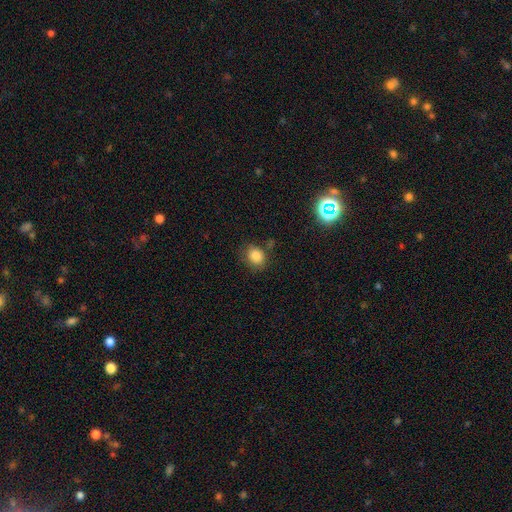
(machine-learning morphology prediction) Overall: smooth (84%). How rounded: round (56%; in between 43%). Merging: none (73%).